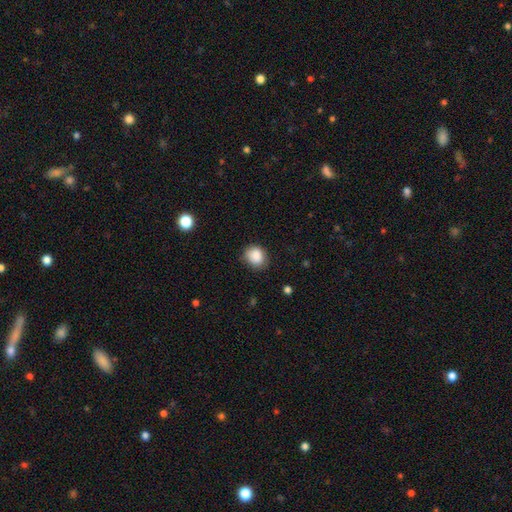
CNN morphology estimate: Smooth or featured? smooth (87%)
How rounded? round (62%)
Merging? none (75%)